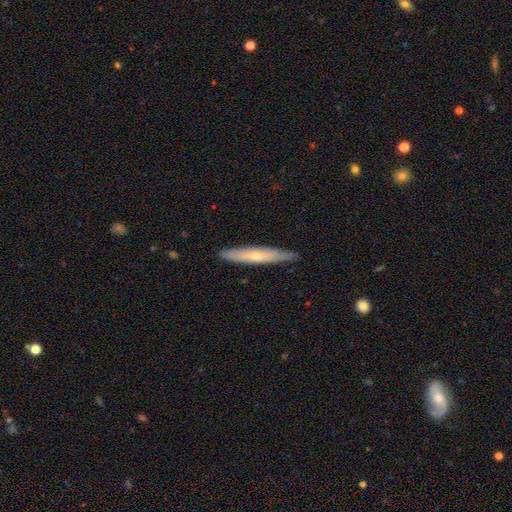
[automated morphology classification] smooth_or_featured: featured or disk (p=0.50) [alt: smooth p=0.45]
merging: none (p=0.86) [alt: minor disturbance p=0.11]